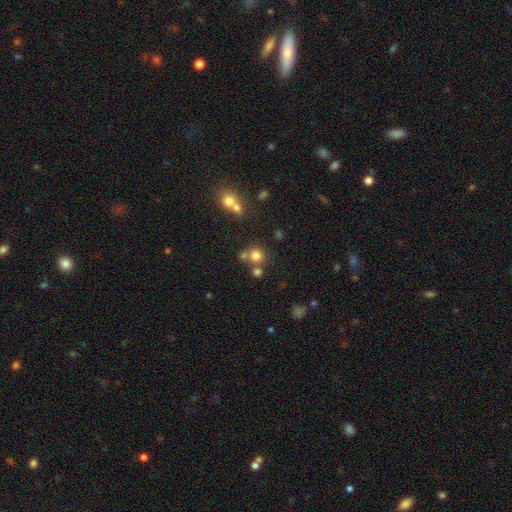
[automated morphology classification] Smooth or featured: smooth — 76% (star or artifact — 16%)
How rounded: round — 90% (in between — 9%)
Merging: none — 64% (merger — 24%)